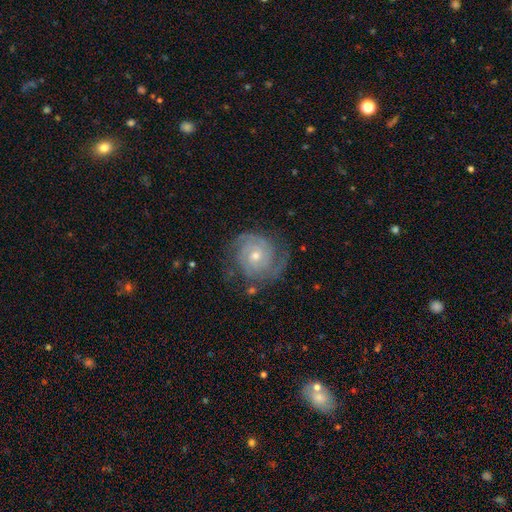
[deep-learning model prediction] Smooth or featured?
  - featured or disk: 87% *
  - smooth: 7%
  - star or artifact: 6%
Edge-on disk?
  - no: 98% *
  - yes: 2%
Bar?
  - no: 70% *
  - weak: 24%
  - strong: 5%
Spiral arms?
  - yes: 97% *
  - no: 3%
Spiral winding?
  - tight: 73% *
  - medium: 23%
  - loose: 4%
Spiral arm count?
  - 2: 47% *
  - 3: 21%
  - can't tell: 18%
  - 4: 6%
  - 1: 5%
  - more than 4: 4%
Bulge size?
  - moderate: 49% *
  - small: 48%
  - large: 2%
  - none: 1%
  - dominant: 1%
Merging?
  - none: 76% *
  - minor disturbance: 16%
  - major disturbance: 7%
  - merger: 2%